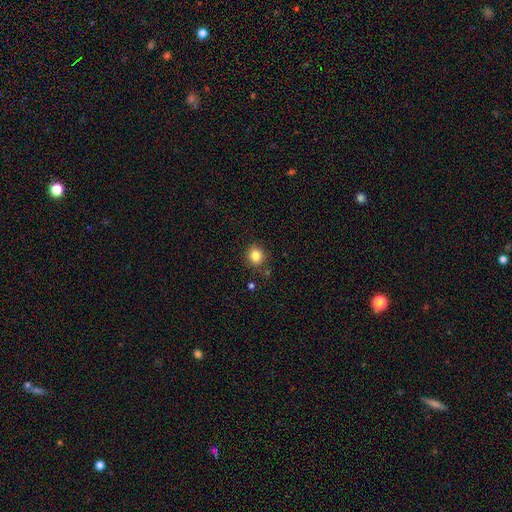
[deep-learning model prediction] This appears to be a smooth galaxy with no disk features (83%) that is round (86%). Merging: none (87%).